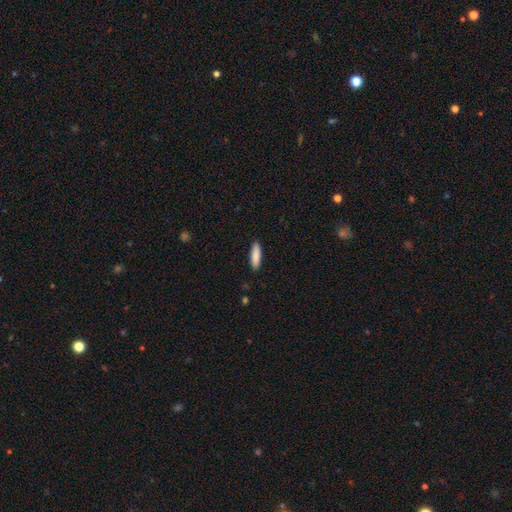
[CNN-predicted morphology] Smooth or featured?
  - smooth: 88% *
  - featured or disk: 7%
  - star or artifact: 5%
How rounded?
  - cigar-shaped: 63% *
  - in between: 36%
  - round: 1%
Merging?
  - none: 90% *
  - minor disturbance: 8%
  - major disturbance: 2%
  - merger: 1%